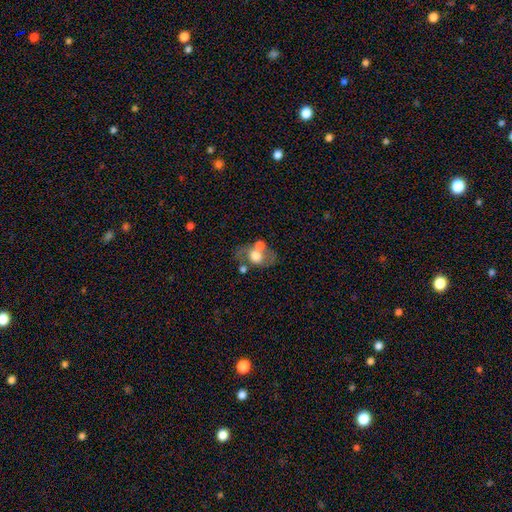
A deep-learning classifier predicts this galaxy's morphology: Smooth or featured? smooth (51%)
How rounded? in between (63%)
Merging? none (40%)